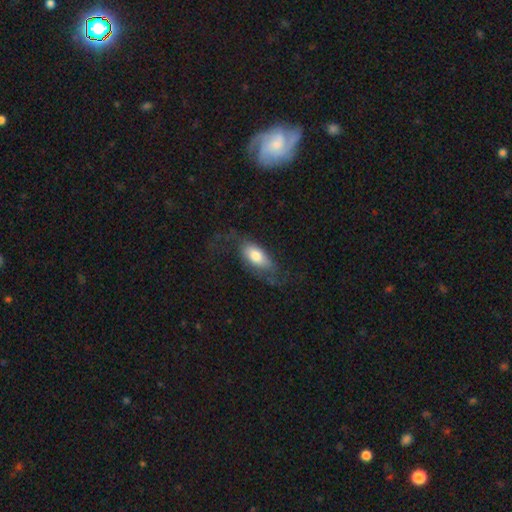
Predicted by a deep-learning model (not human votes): Smooth or featured?
  - smooth: 63% *
  - featured or disk: 30%
  - star or artifact: 7%
How rounded?
  - in between: 84% *
  - cigar-shaped: 12%
  - round: 4%
Merging?
  - none: 44% *
  - major disturbance: 29%
  - minor disturbance: 24%
  - merger: 2%